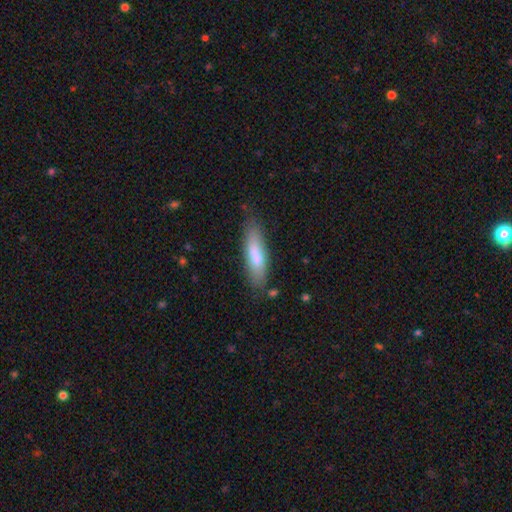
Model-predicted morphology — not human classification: smooth_or_featured: smooth (p=0.77) [alt: featured or disk p=0.17]
how_rounded: cigar-shaped (p=0.64) [alt: in between p=0.35]
merging: none (p=0.78) [alt: minor disturbance p=0.16]